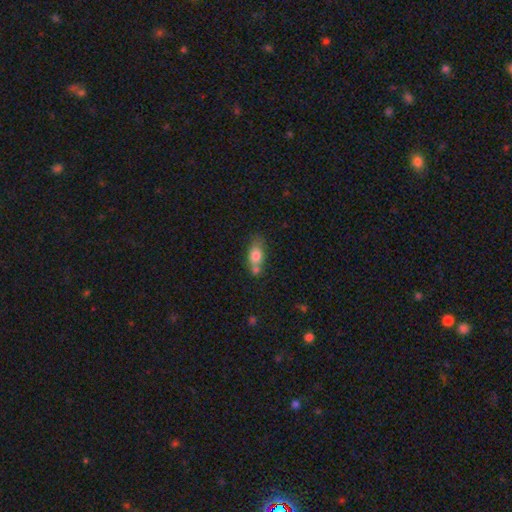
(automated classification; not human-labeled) Q: Smooth or featured?
A: smooth (75%); runner-up: featured or disk (17%)
Q: How rounded?
A: in between (76%); runner-up: round (12%)
Q: Merging?
A: none (46%); runner-up: merger (29%)